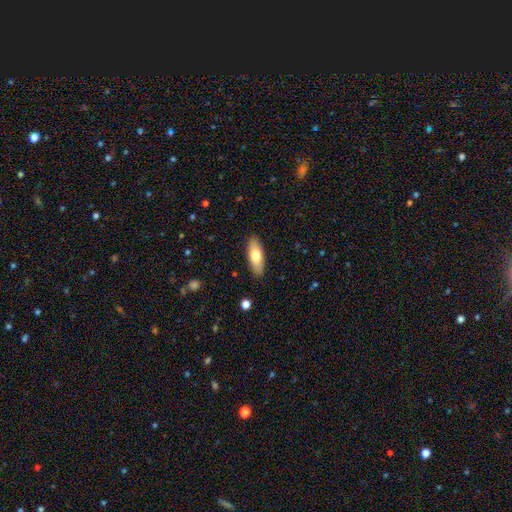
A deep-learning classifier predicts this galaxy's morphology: The model was most divided on "how rounded": in between: 67%, cigar-shaped: 31%, round: 2%. More confident: merging — none (89%); smooth or featured — smooth (73%).